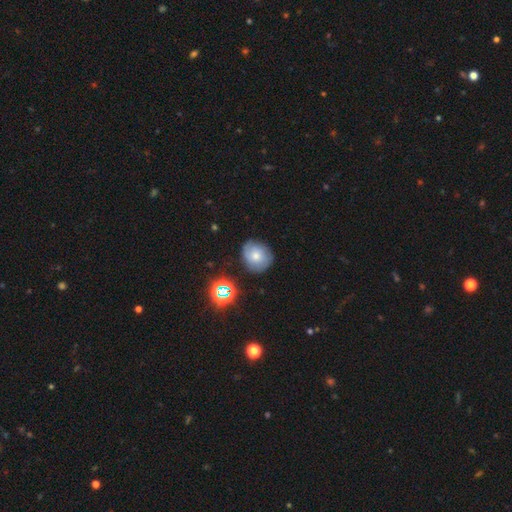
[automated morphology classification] Smooth or featured?
  - smooth: 55% *
  - featured or disk: 32%
  - star or artifact: 13%
How rounded?
  - round: 79% *
  - in between: 20%
  - cigar-shaped: 1%
Merging?
  - none: 74% *
  - minor disturbance: 19%
  - major disturbance: 5%
  - merger: 2%